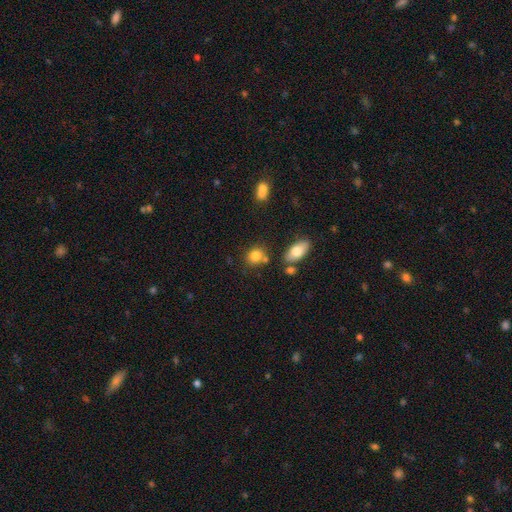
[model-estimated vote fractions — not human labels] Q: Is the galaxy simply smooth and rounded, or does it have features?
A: smooth — 82%.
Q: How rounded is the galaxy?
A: round — 56%.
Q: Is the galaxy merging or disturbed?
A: none — 64%.